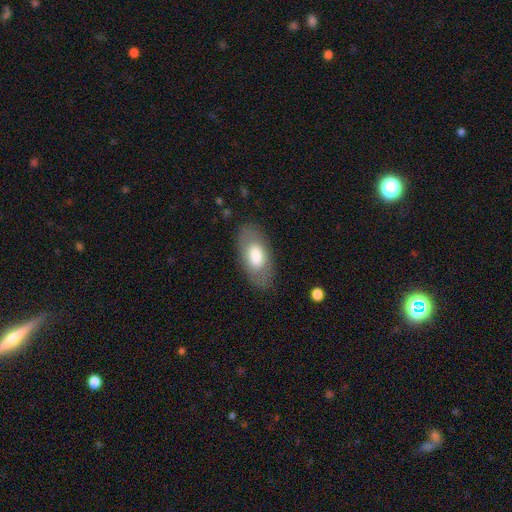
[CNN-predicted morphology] This appears to be a smooth galaxy with no disk features (71%) that is in between round and cigar-shaped (93%). Merging: none (82%).